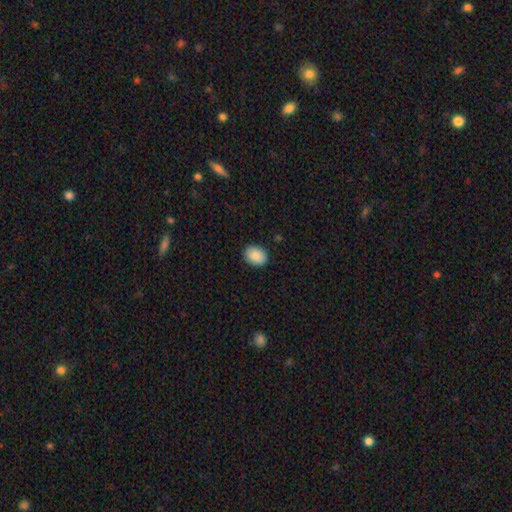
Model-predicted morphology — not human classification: Smooth or featured? Predicted: smooth (p=0.89). How rounded? Predicted: in between (p=0.60). Merging? Predicted: none (p=0.90).